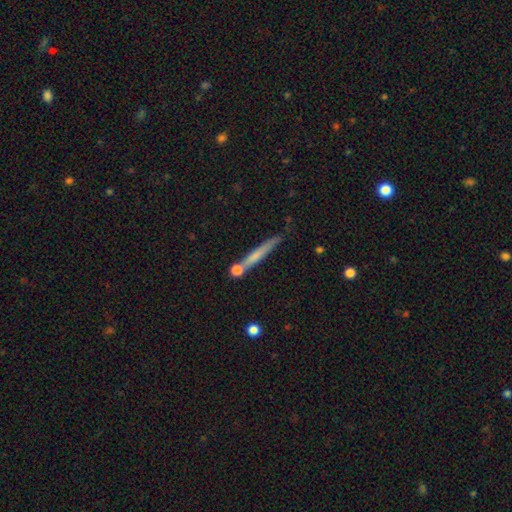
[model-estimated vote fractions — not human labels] smooth 56%, featured or disk 37%, star or artifact 7%. Down the decision tree: how rounded — cigar-shaped (94%); merging — none (72%).